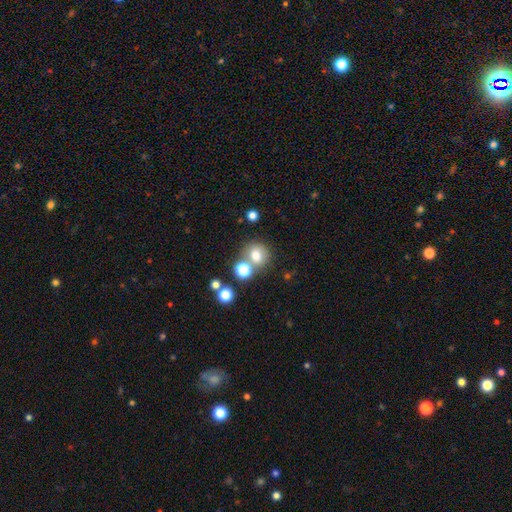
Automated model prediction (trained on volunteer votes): smooth 74%, star or artifact 15%, featured or disk 11%. Down the decision tree: how rounded — round (80%); merging — none (61%).